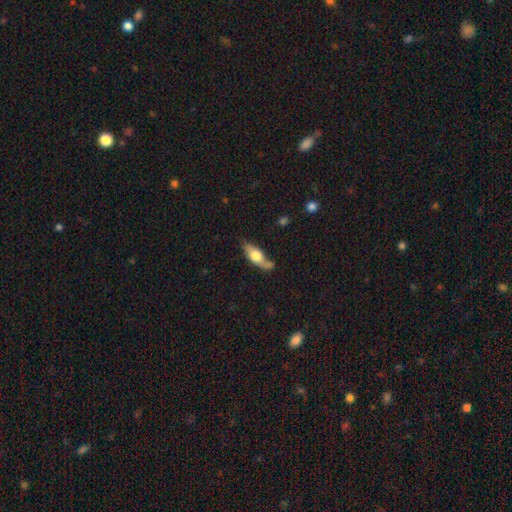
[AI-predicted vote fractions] smooth_or_featured: featured or disk (p=0.48) [alt: smooth p=0.45]
merging: none (p=0.59) [alt: minor disturbance p=0.26]